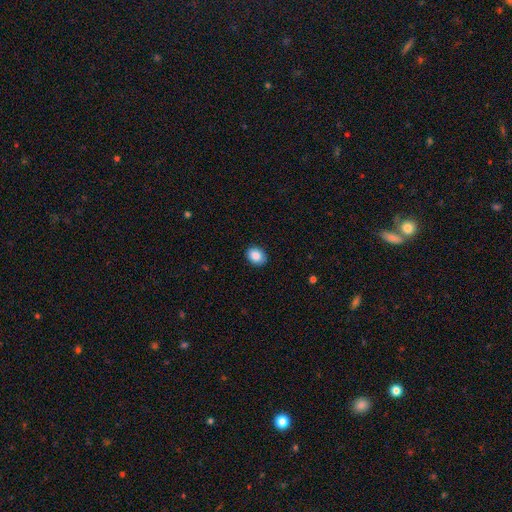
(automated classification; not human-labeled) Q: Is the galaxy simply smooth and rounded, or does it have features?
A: smooth — 88%.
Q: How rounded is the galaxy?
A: in between — 56%.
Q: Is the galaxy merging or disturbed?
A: none — 88%.